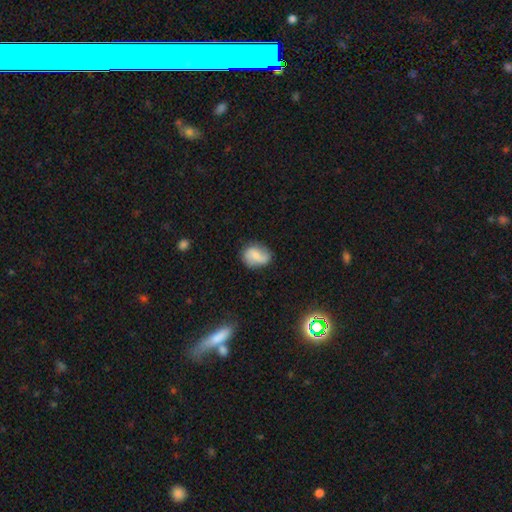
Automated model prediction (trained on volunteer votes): A smooth galaxy with no disk features (50%) that is in between round and cigar-shaped (58%). Merging: none (69%).